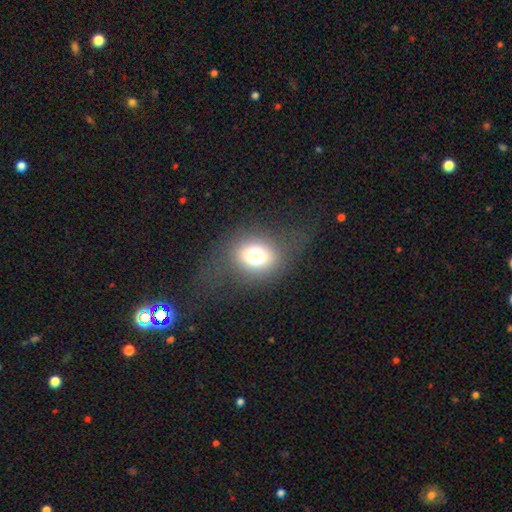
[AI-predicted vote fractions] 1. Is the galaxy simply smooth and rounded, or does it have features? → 70% smooth, 15% star or artifact, 15% featured or disk.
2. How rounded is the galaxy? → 58% round, 41% in between, 1% cigar-shaped.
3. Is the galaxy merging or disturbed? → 73% none, 13% major disturbance, 13% minor disturbance, 1% merger.